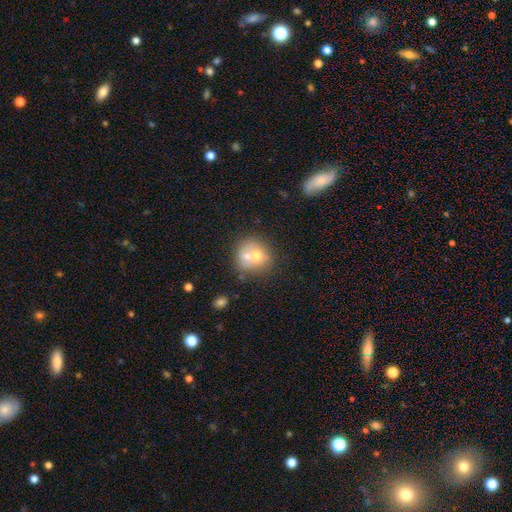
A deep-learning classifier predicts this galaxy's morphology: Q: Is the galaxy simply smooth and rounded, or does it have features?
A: smooth — 61%.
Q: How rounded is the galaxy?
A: round — 80%.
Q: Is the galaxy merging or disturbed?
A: merger — 56%.